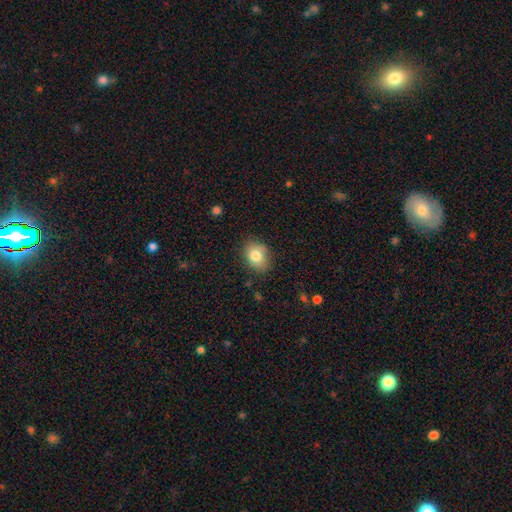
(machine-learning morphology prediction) This is clearly a smooth galaxy (81%). How rounded: likely in between (61%). Merging: likely none (77%).